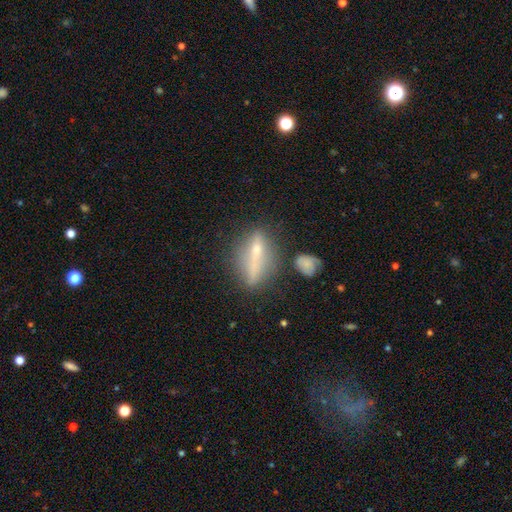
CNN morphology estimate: Q: Smooth or featured?
A: featured or disk (51%); runner-up: smooth (38%)
Q: Edge-on disk?
A: yes (73%); runner-up: no (27%)
Q: Merging?
A: none (64%); runner-up: minor disturbance (19%)